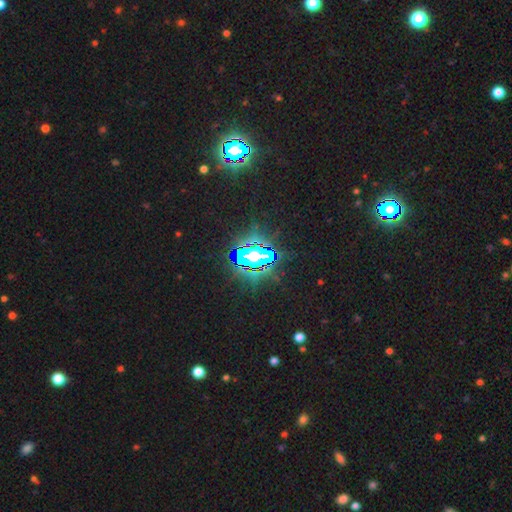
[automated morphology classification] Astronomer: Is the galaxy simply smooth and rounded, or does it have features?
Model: star or artifact — 80%.